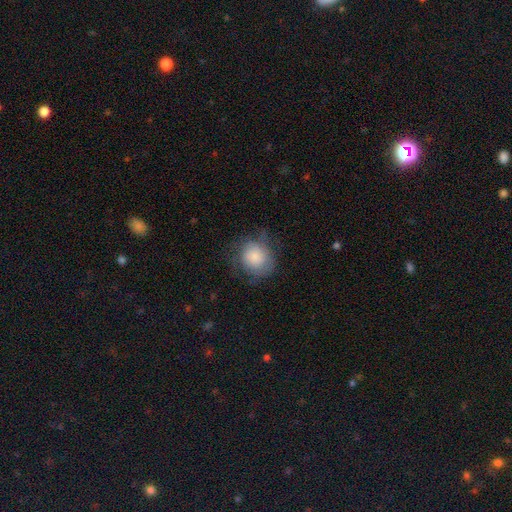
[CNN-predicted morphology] Smooth or featured?
  - smooth: 78% *
  - featured or disk: 15%
  - star or artifact: 8%
How rounded?
  - round: 79% *
  - in between: 20%
  - cigar-shaped: 1%
Merging?
  - none: 59% *
  - minor disturbance: 26%
  - major disturbance: 13%
  - merger: 1%